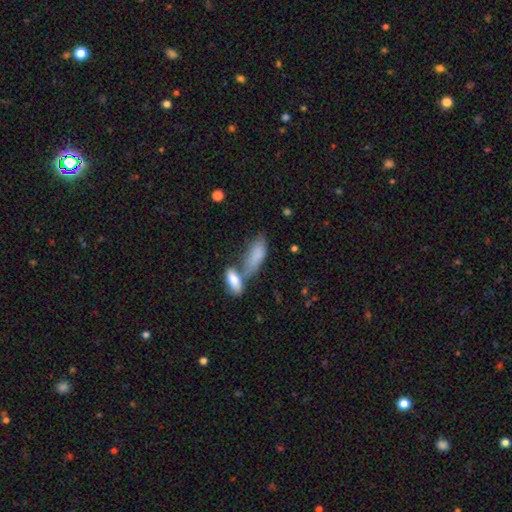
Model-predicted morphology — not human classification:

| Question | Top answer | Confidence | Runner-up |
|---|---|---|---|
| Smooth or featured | smooth | 81% | featured or disk (12%) |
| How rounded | in between | 74% | cigar-shaped (23%) |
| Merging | merger | 43% | none (35%) |